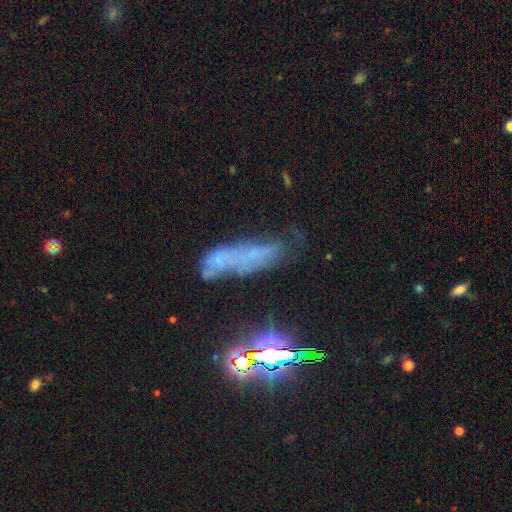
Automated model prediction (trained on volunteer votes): Smooth or featured? Predicted: smooth (p=0.46). Merging? Predicted: major disturbance (p=0.28).